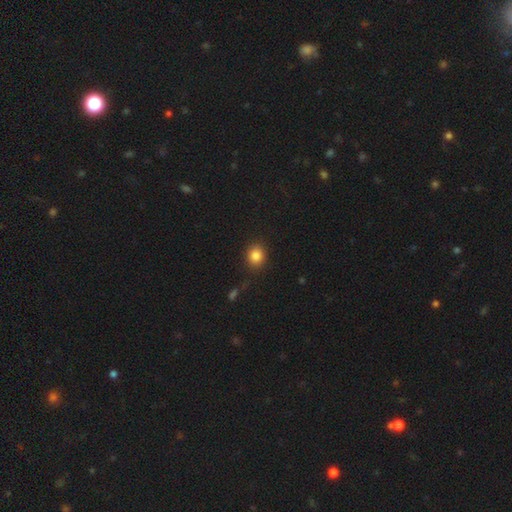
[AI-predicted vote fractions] The model was most divided on "how rounded": round: 77%, in between: 22%, cigar-shaped: 1%. More confident: merging — none (86%); smooth or featured — smooth (85%).